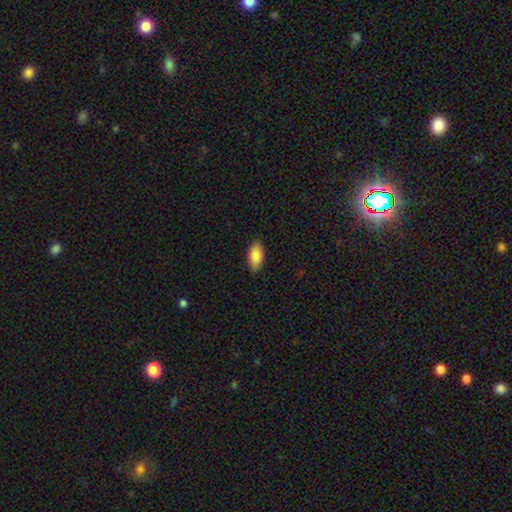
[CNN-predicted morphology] smooth 88%, star or artifact 6%, featured or disk 6%. Down the decision tree: how rounded — in between (92%); merging — none (87%).